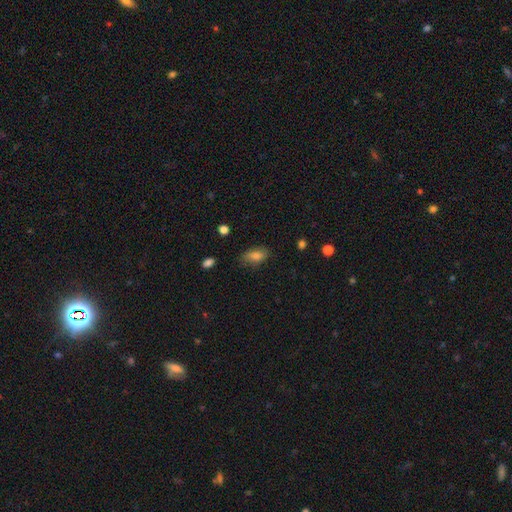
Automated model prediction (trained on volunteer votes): A smooth galaxy with no disk features (81%) that is in between round and cigar-shaped (88%).

Vote fractions:
- Smooth or featured? smooth: 81% / featured or disk: 10% / star or artifact: 10%
- How rounded? in between: 88% / round: 6% / cigar-shaped: 6%
- Merging? none: 75% / minor disturbance: 19% / major disturbance: 4% / merger: 1%